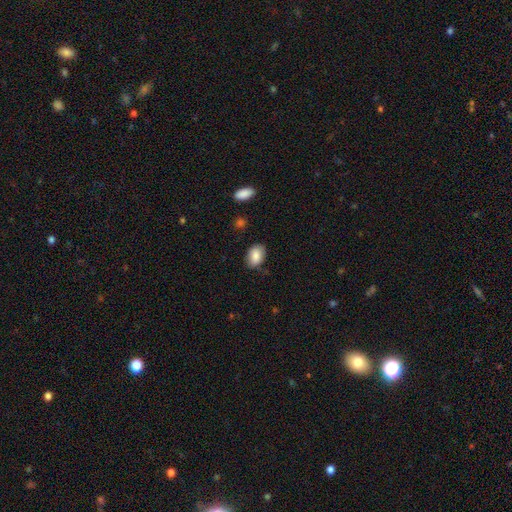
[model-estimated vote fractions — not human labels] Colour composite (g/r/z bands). It shows a smooth galaxy with no disk features (85%) that is in between round and cigar-shaped (86%). Merging: none (79%).